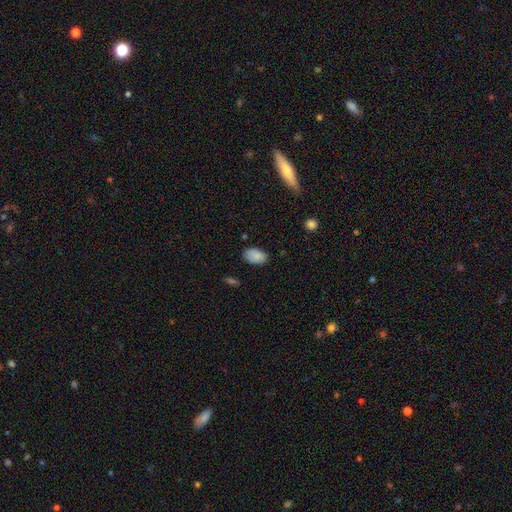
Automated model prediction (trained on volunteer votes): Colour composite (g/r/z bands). It shows a smooth galaxy with no disk features (85%) that is in between round and cigar-shaped (92%). Merging: none (75%).